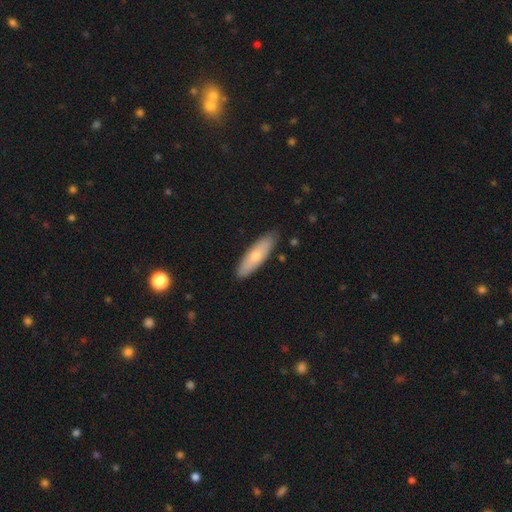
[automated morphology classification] Overall: smooth (64%; featured or disk 30%). How rounded: cigar-shaped (56%; in between 42%). Merging: none (87%).